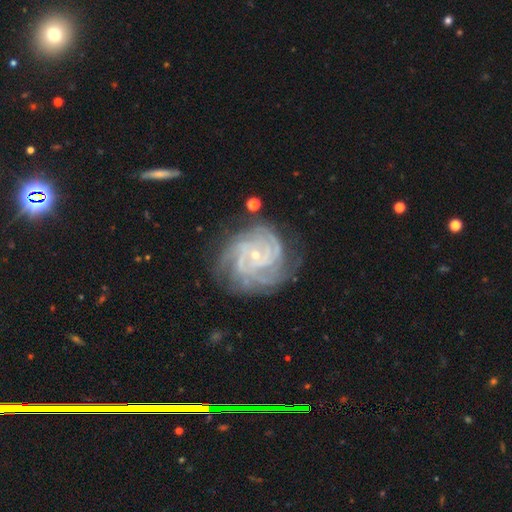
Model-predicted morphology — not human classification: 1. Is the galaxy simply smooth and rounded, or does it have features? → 90% featured or disk, 6% star or artifact, 4% smooth.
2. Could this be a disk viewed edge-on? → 98% no, 2% yes.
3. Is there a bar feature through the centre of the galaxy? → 68% no, 24% weak, 8% strong.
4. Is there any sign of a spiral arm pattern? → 98% yes, 2% no.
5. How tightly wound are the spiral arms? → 76% tight, 21% medium, 3% loose.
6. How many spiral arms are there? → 32% 4, 23% 3, 15% can't tell, 12% more than 4, 11% 2, 7% 1.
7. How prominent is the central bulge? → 82% small, 14% moderate, 2% none, 1% large, 1% dominant.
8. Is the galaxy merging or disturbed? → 74% none, 17% minor disturbance, 7% major disturbance, 2% merger.